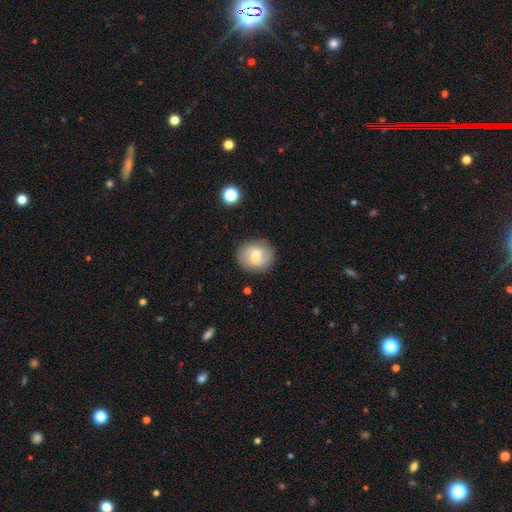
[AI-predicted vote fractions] Overall: smooth (58%; featured or disk 34%). How rounded: round (80%). Merging: none (85%).